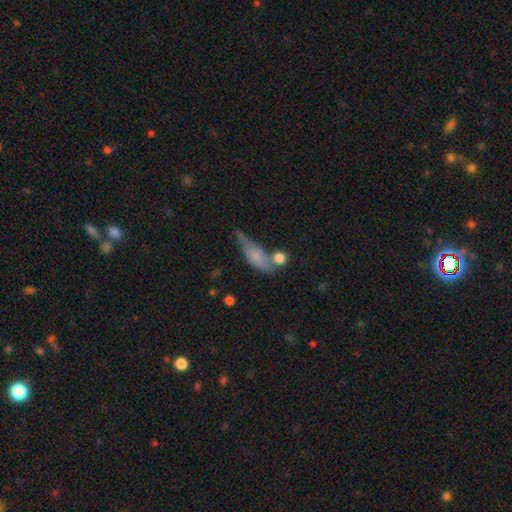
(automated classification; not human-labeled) Q: Smooth or featured?
A: smooth (61%); runner-up: featured or disk (30%)
Q: How rounded?
A: in between (60%); runner-up: cigar-shaped (33%)
Q: Merging?
A: none (31%); runner-up: merger (26%)